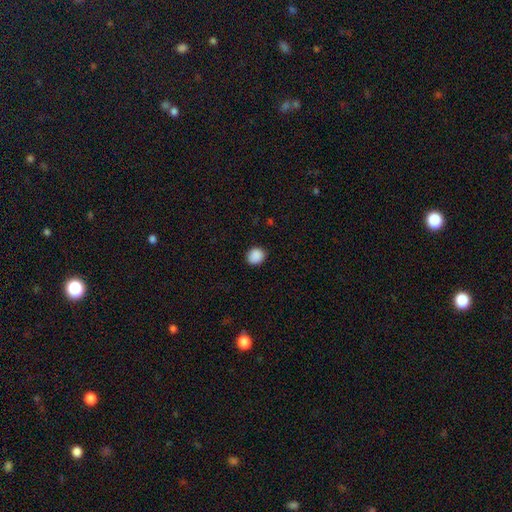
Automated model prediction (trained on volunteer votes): Smooth or featured: smooth — 89% (star or artifact — 9%)
How rounded: round — 78% (in between — 21%)
Merging: none — 89% (minor disturbance — 8%)